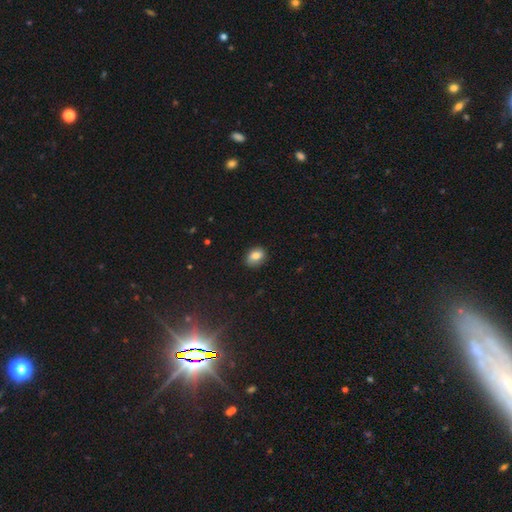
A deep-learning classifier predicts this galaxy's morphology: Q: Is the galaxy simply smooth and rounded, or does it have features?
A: smooth — 82%.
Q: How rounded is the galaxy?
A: in between — 62%.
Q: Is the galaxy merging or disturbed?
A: none — 80%.